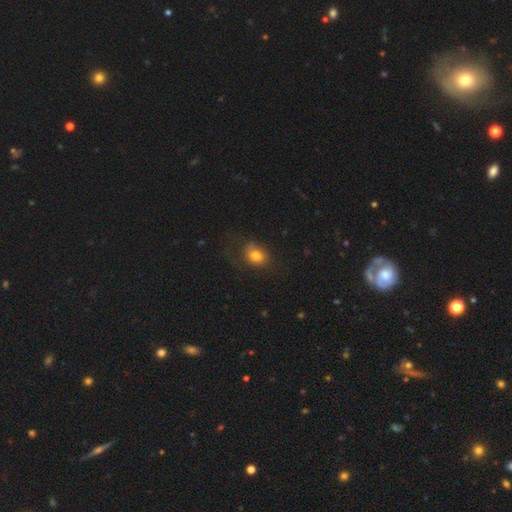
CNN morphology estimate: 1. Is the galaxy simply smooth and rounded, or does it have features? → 77% smooth, 12% featured or disk, 10% star or artifact.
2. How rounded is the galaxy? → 59% in between, 39% round, 1% cigar-shaped.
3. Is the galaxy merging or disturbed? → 56% none, 26% minor disturbance, 16% major disturbance, 2% merger.